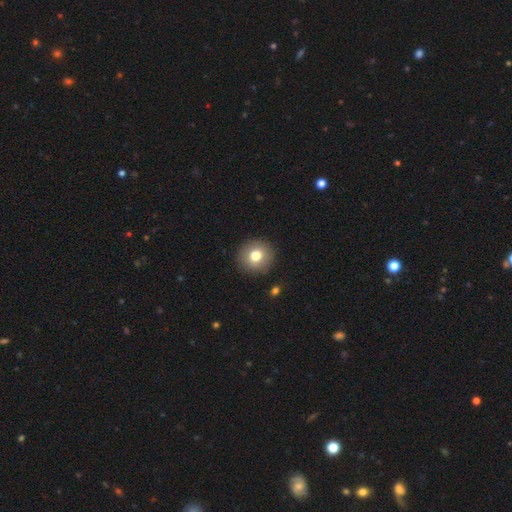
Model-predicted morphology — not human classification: A smooth galaxy with no disk features (77%) that is round (92%).

Vote fractions:
- Smooth or featured? smooth: 77% / featured or disk: 13% / star or artifact: 10%
- How rounded? round: 92% / in between: 7% / cigar-shaped: 1%
- Merging? none: 90% / minor disturbance: 6% / major disturbance: 2% / merger: 1%